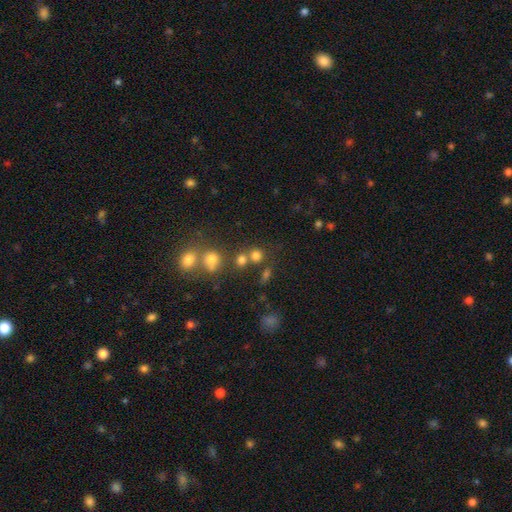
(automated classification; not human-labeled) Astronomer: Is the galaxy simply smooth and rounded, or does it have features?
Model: smooth — 73%.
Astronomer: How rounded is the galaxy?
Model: round — 84%.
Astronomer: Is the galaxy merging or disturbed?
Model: none — 60%.